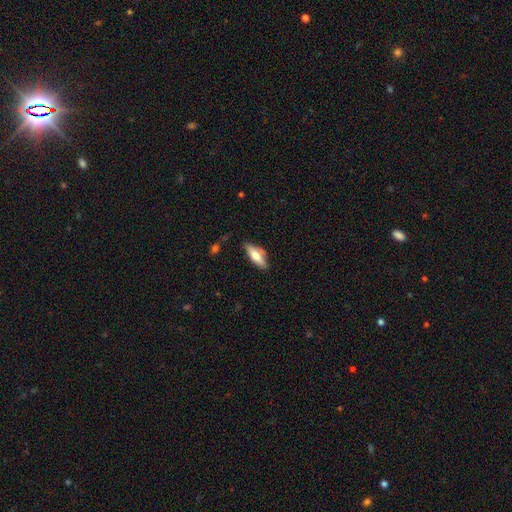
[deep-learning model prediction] Morphology: type=smooth (63%); roundness=in between (60%); merging=none (77%).